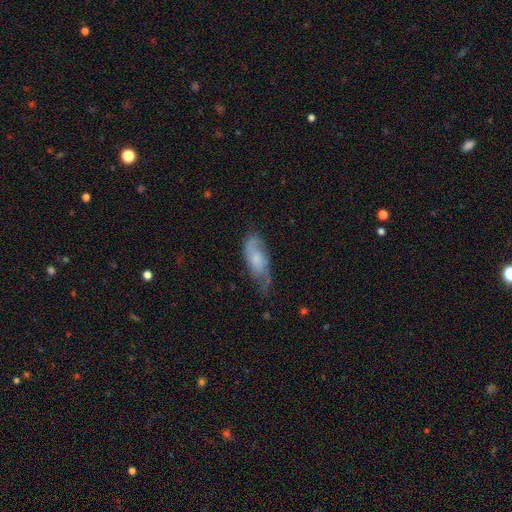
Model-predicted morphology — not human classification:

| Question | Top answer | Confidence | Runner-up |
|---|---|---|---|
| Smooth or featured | featured or disk | 60% | smooth (33%) |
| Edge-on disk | no | 87% | yes (13%) |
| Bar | no | 66% | weak (29%) |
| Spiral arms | yes | 87% | no (13%) |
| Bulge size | moderate | 36% | small (35%) |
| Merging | none | 54% | minor disturbance (30%) |